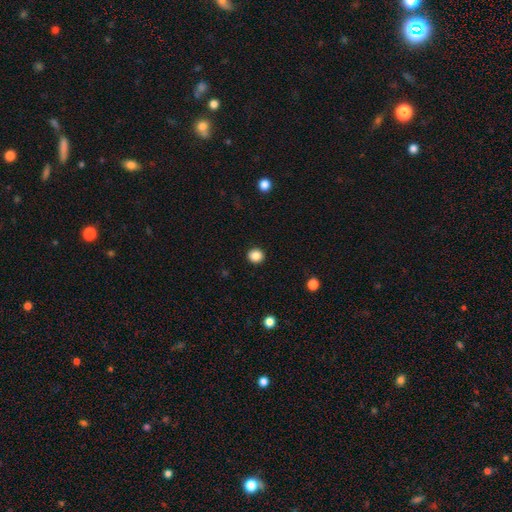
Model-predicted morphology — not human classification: The model was most divided on "smooth or featured": smooth: 86%, star or artifact: 10%, featured or disk: 3%. More confident: merging — none (93%); how rounded — round (89%).